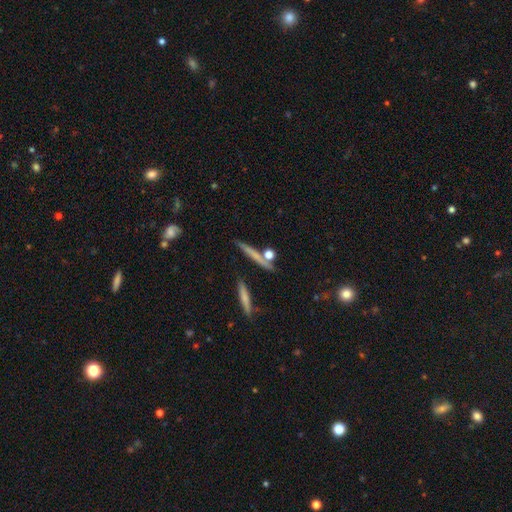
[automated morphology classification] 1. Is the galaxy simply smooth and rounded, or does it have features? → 48% smooth, 40% featured or disk, 13% star or artifact.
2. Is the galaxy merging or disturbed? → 78% none, 10% minor disturbance, 9% merger, 3% major disturbance.